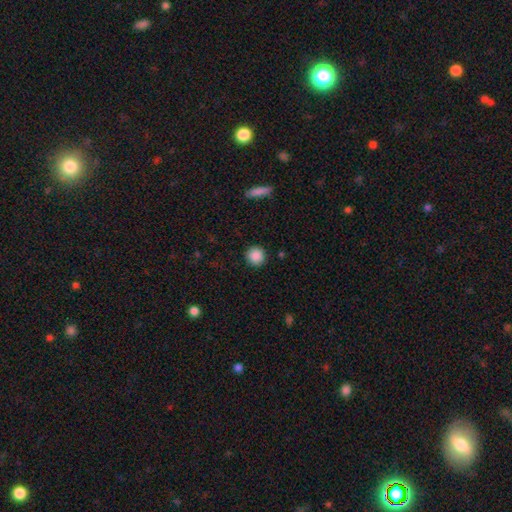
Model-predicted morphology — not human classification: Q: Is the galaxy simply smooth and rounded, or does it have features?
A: smooth — 88%.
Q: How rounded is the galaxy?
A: round — 94%.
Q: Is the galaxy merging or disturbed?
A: none — 91%.